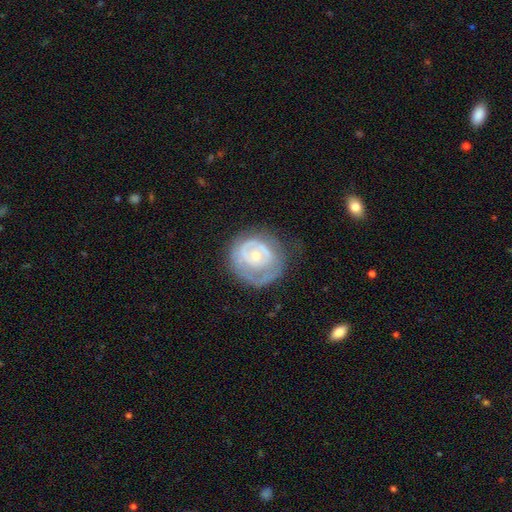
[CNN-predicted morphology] Smooth or featured: featured or disk — 67% (smooth — 27%)
Edge-on disk: no — 97% (yes — 3%)
Bar: no — 80% (weak — 16%)
Spiral arms: yes — 55% (no — 45%)
Bulge size: small — 59% (moderate — 36%)
Merging: none — 53% (minor disturbance — 25%)